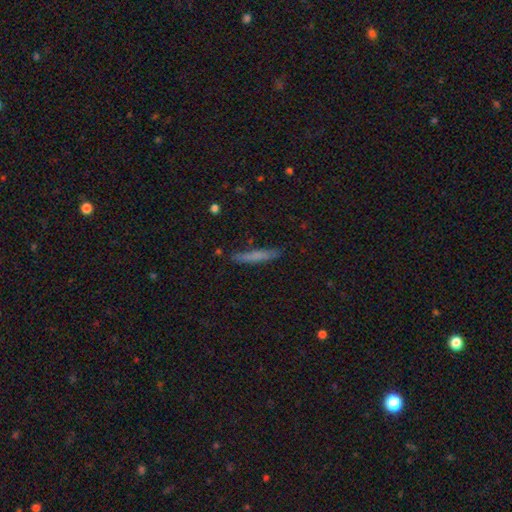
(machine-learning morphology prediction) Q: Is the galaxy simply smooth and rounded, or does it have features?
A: smooth — 68%.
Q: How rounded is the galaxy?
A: cigar-shaped — 93%.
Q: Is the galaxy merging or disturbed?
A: none — 83%.